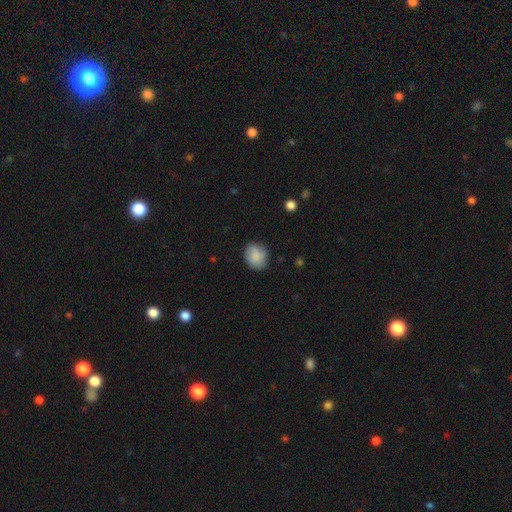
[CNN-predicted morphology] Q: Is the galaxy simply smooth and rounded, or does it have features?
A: smooth — 86%.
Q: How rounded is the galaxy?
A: round — 64%.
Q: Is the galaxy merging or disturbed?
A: none — 81%.